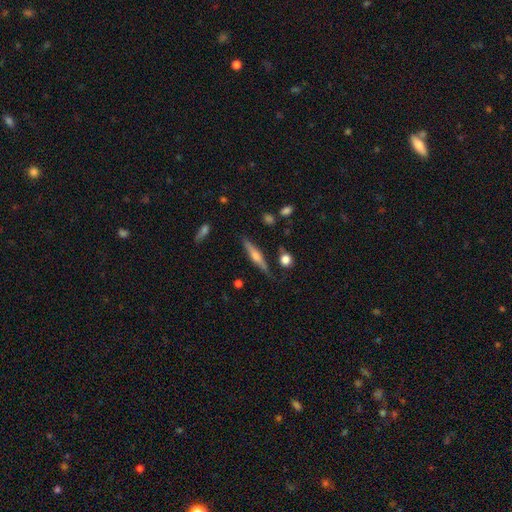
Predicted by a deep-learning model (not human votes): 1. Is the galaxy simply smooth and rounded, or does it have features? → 63% featured or disk, 30% smooth, 7% star or artifact.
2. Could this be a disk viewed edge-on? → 97% yes, 3% no.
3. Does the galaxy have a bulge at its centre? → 85% rounded, 9% boxy, 6% none.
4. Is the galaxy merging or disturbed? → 83% none, 11% minor disturbance, 3% merger, 3% major disturbance.